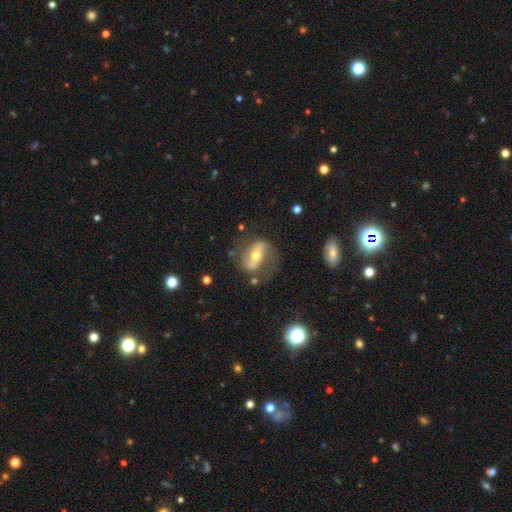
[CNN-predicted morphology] This appears to be a featured or disk galaxy (74%) with a strong bar (47%), 2 (84%) loose (43%) spiral arms (84%) and a moderate central bulge (66%). Merging: none (61%).